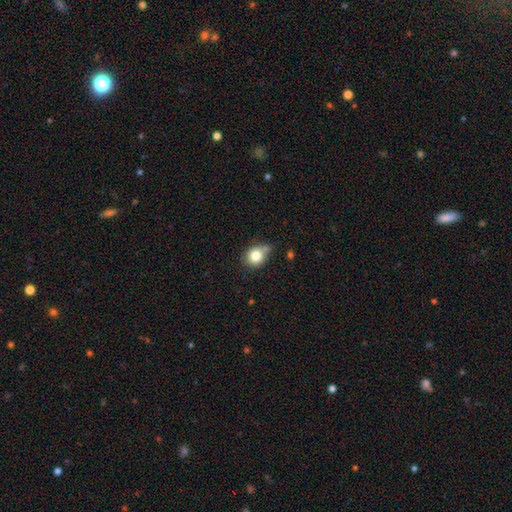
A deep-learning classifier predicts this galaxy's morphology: A smooth galaxy with no disk features (81%) that is round (77%). Merging: none (59%).